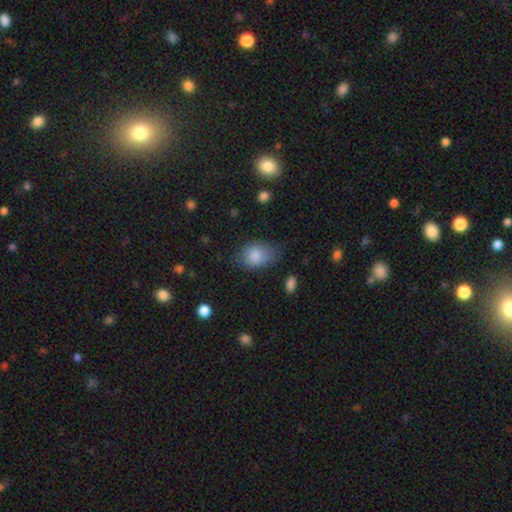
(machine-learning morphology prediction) Overall: smooth (84%). How rounded: in between (77%). Merging: none (59%; minor disturbance 29%).